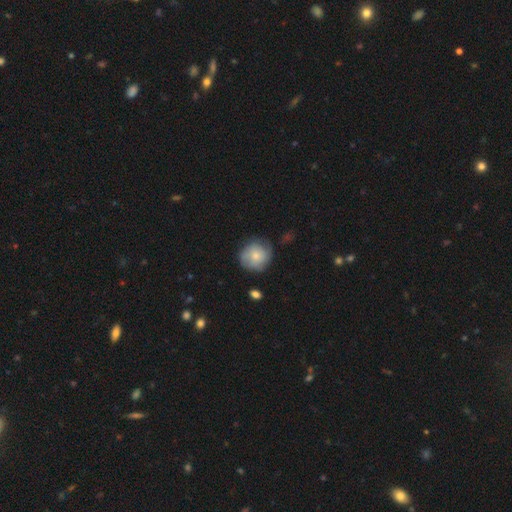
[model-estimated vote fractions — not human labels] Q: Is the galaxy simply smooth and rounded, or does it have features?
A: smooth — 67%.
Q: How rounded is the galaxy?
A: round — 87%.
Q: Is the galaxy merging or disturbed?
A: none — 66%.